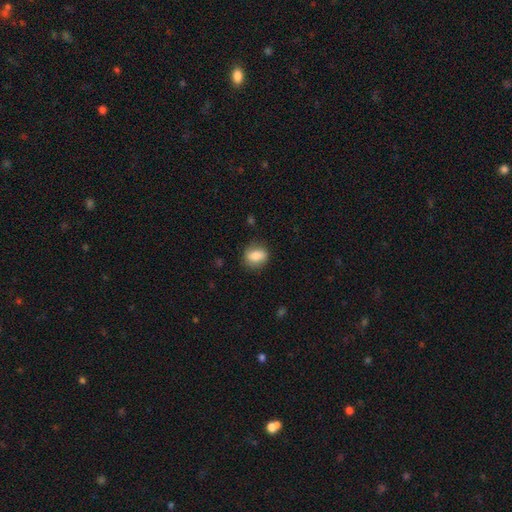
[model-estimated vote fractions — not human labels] Q: Smooth or featured?
A: smooth (79%); runner-up: featured or disk (13%)
Q: How rounded?
A: in between (55%); runner-up: round (43%)
Q: Merging?
A: none (79%); runner-up: minor disturbance (15%)